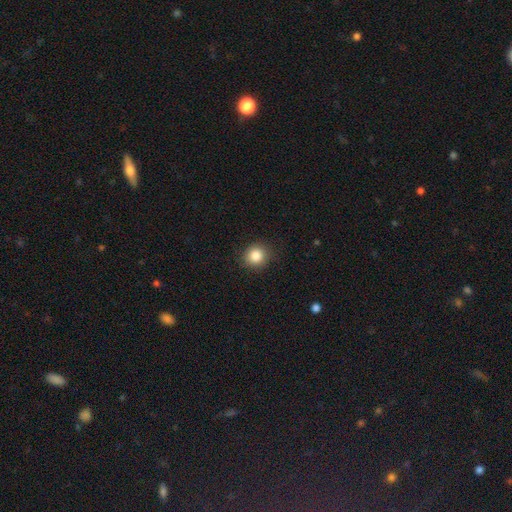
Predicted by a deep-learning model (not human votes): Q: Smooth or featured?
A: smooth (86%); runner-up: star or artifact (10%)
Q: How rounded?
A: round (85%); runner-up: in between (15%)
Q: Merging?
A: none (87%); runner-up: minor disturbance (9%)